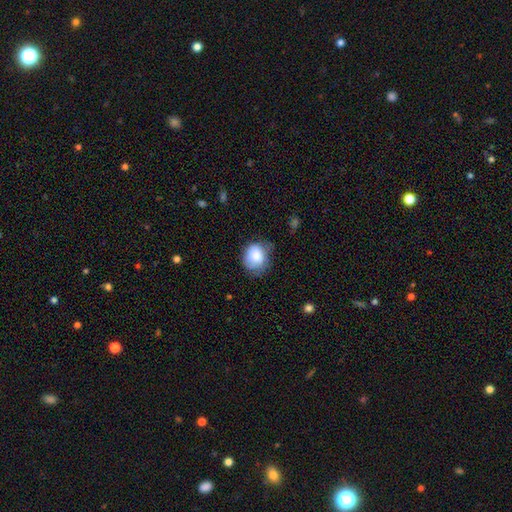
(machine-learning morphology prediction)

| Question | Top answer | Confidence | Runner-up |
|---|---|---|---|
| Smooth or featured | smooth | 79% | featured or disk (13%) |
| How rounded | round | 59% | in between (40%) |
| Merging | none | 46% | minor disturbance (36%) |